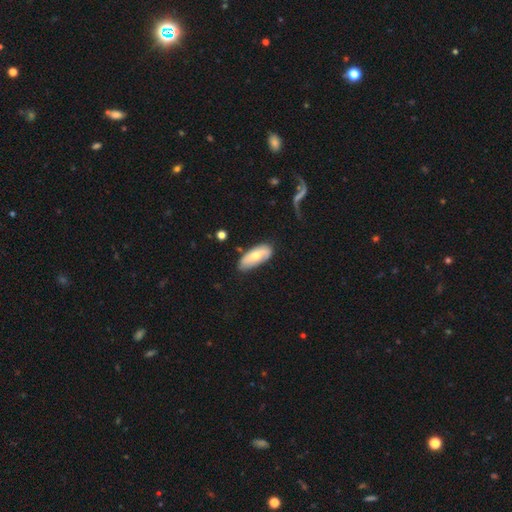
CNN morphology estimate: A smooth galaxy with no disk features (62%) that is in between round and cigar-shaped (84%). Merging: none (67%).